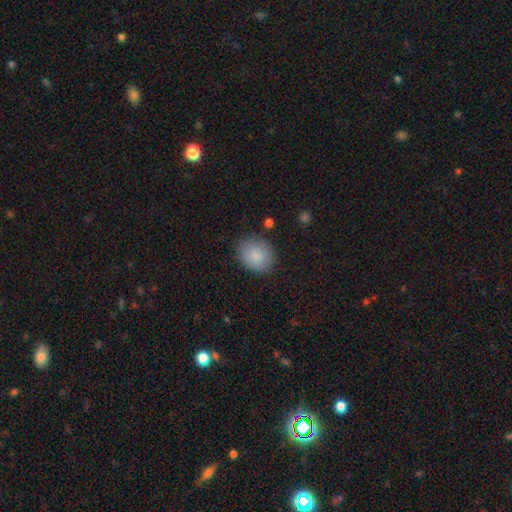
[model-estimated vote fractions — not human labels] A smooth galaxy with no disk features (86%) that is round (61%). Merging: none (78%).